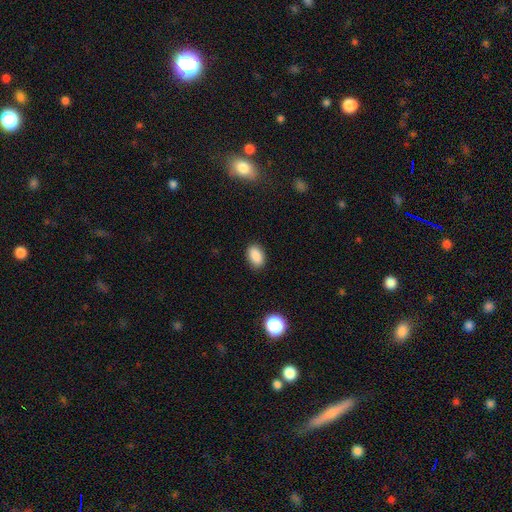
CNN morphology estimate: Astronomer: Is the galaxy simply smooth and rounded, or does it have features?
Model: smooth — 88%.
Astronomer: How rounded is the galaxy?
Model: in between — 88%.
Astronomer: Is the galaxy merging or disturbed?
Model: none — 88%.